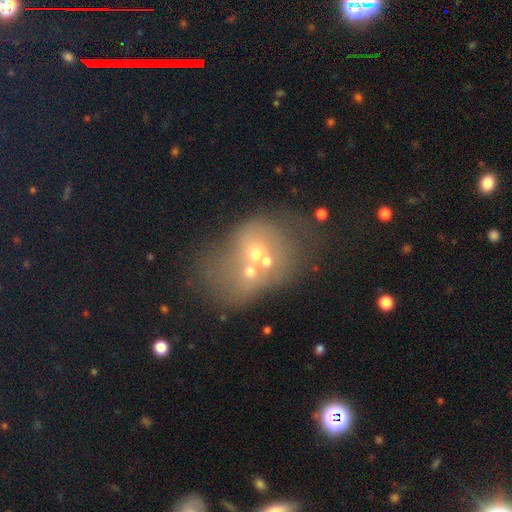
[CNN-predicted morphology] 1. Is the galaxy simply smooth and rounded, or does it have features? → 40% featured or disk, 39% smooth, 21% star or artifact.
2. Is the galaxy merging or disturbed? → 68% merger, 17% none, 8% major disturbance, 7% minor disturbance.